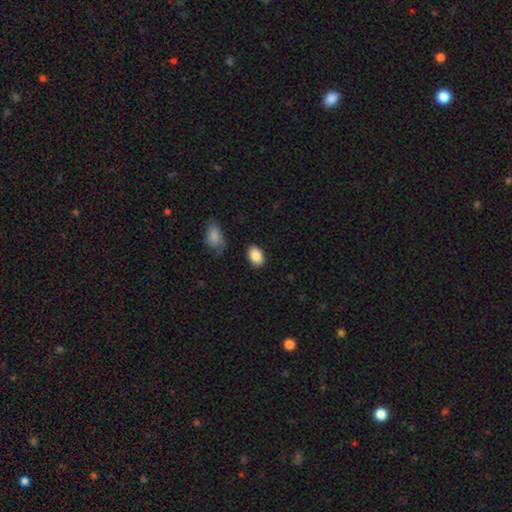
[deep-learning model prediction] smooth_or_featured: smooth (p=0.87) [alt: star or artifact p=0.07]
how_rounded: in between (p=0.82) [alt: round p=0.16]
merging: none (p=0.84) [alt: minor disturbance p=0.11]